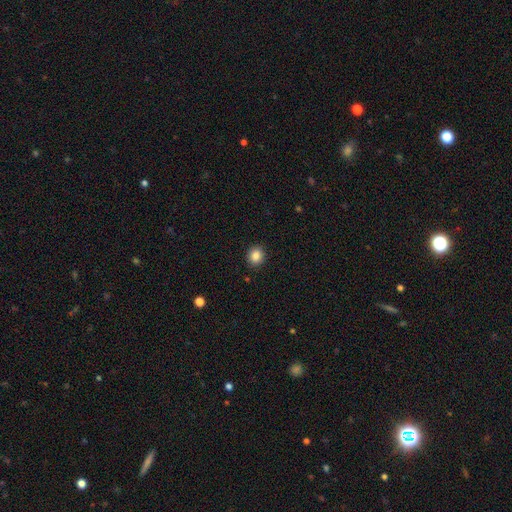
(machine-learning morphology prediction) Smooth or featured? Predicted: smooth (p=0.85). How rounded? Predicted: round (p=0.83). Merging? Predicted: none (p=0.91).